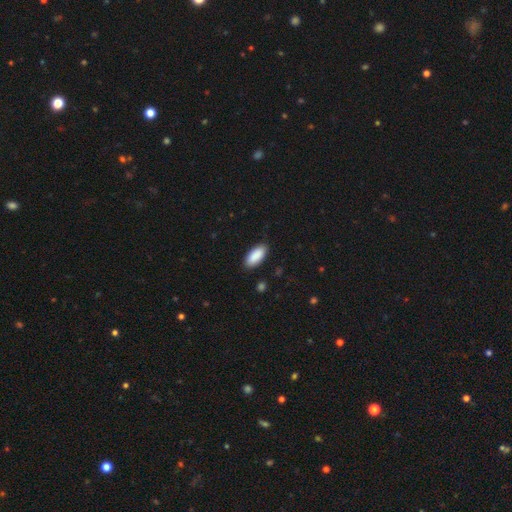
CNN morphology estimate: smooth_or_featured: smooth (p=0.90) [alt: star or artifact p=0.06]
how_rounded: in between (p=0.90) [alt: cigar-shaped p=0.08]
merging: none (p=0.86) [alt: minor disturbance p=0.11]